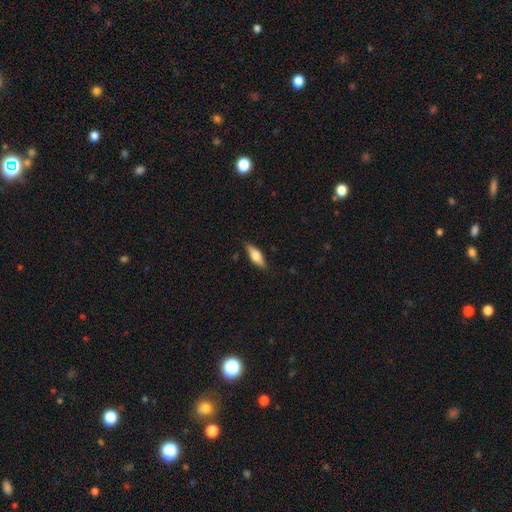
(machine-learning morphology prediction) smooth 61%, featured or disk 33%, star or artifact 6%. Down the decision tree: how rounded — in between (57%); merging — none (84%).